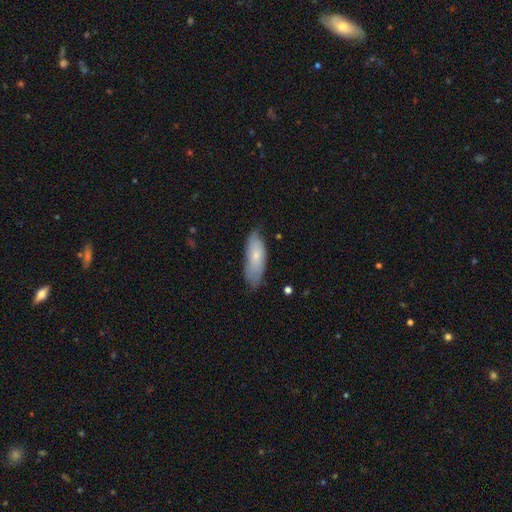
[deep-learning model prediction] A smooth galaxy with no disk features (69%) that is in between round and cigar-shaped (67%). Merging: none (66%).